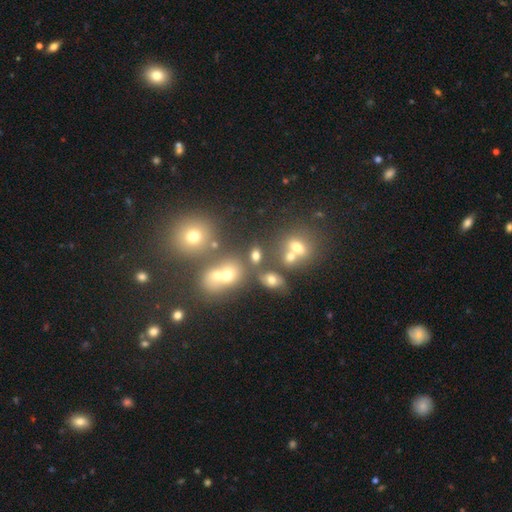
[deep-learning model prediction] A smooth galaxy with no disk features (66%) that is in between round and cigar-shaped (66%).

Vote fractions:
- Smooth or featured? smooth: 66% / star or artifact: 20% / featured or disk: 15%
- How rounded? in between: 66% / round: 30% / cigar-shaped: 4%
- Merging? none: 55% / merger: 25% / minor disturbance: 12% / major disturbance: 7%